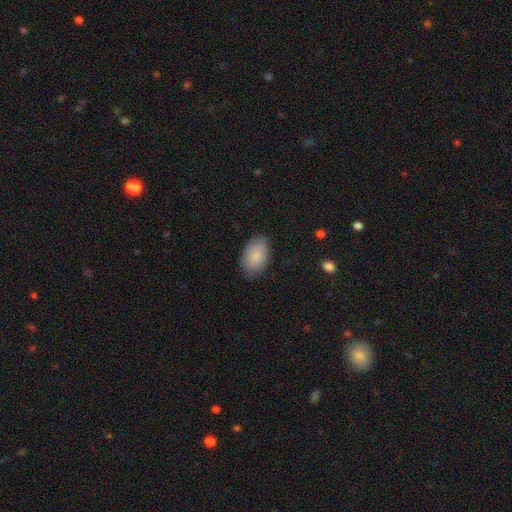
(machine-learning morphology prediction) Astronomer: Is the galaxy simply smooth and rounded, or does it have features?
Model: smooth — 87%.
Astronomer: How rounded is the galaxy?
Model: in between — 93%.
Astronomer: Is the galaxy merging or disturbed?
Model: none — 81%.